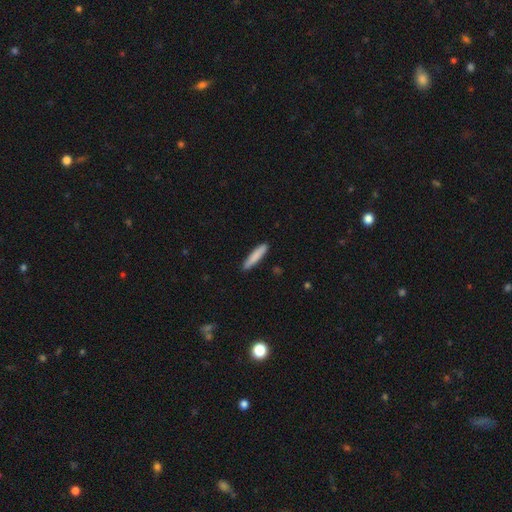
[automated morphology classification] This is clearly a smooth galaxy (83%). How rounded: clearly cigar-shaped (89%). Merging: clearly none (90%).